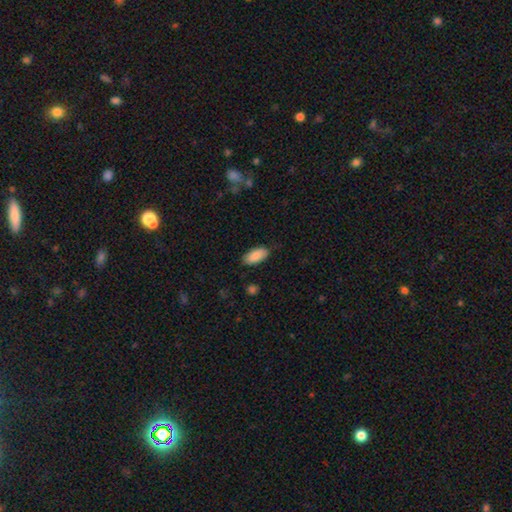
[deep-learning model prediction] Overall: smooth (88%). How rounded: in between (93%). Merging: none (80%).